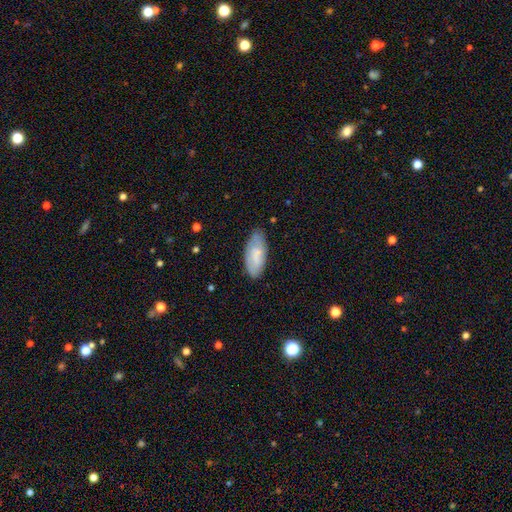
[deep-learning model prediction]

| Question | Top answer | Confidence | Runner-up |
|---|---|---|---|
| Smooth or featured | smooth | 72% | featured or disk (22%) |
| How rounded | in between | 87% | cigar-shaped (11%) |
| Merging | none | 73% | minor disturbance (21%) |